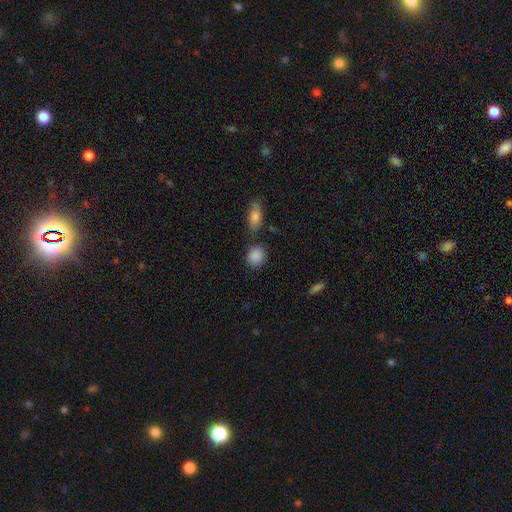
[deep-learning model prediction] The model was most divided on "how rounded": round: 69%, in between: 29%, cigar-shaped: 2%. More confident: smooth or featured — smooth (89%); merging — none (77%).